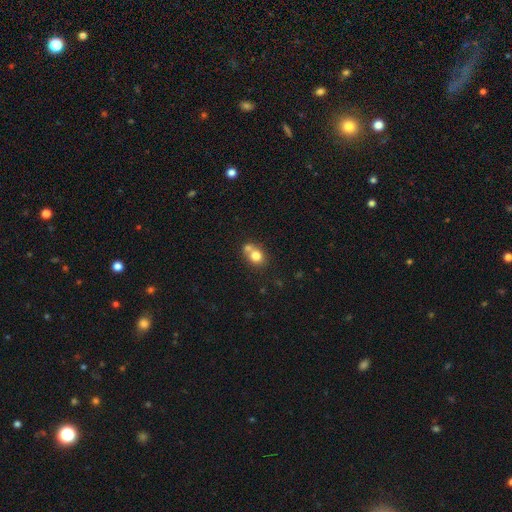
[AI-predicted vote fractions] Smooth or featured? smooth (76%)
How rounded? round (62%)
Merging? merger (46%)